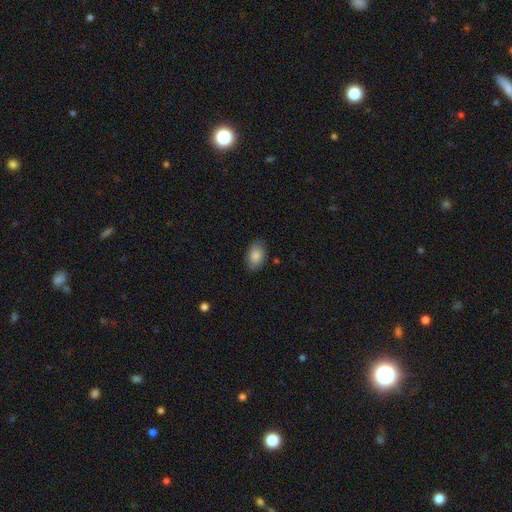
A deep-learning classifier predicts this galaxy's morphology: This appears to be a smooth galaxy with no disk features (86%) that is in between round and cigar-shaped (90%). Merging: none (85%).